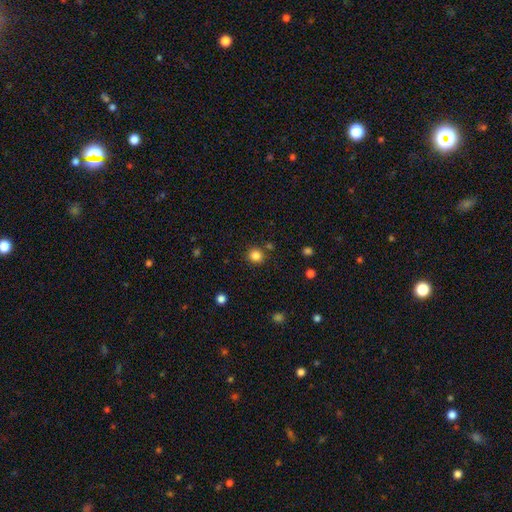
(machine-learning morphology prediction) smooth-or-featured: smooth: 83% | star or artifact: 12% | featured or disk: 4%
  how-rounded: round: 90% | in between: 10% | cigar-shaped: 1%
  merging: none: 86% | minor disturbance: 8% | merger: 4% | major disturbance: 3%